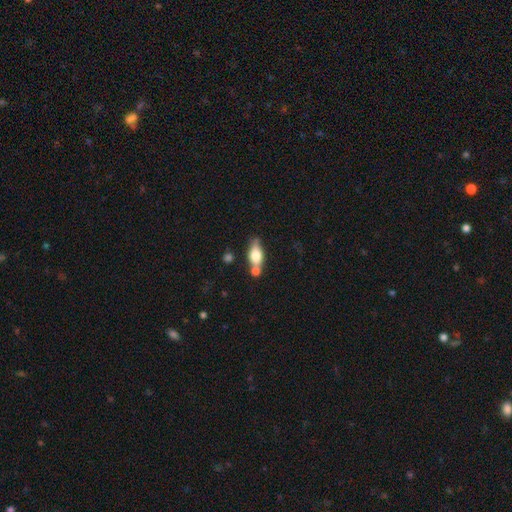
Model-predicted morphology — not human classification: The model was most divided on "merging": none: 47%, merger: 29%, minor disturbance: 18%, major disturbance: 6%. More confident: how rounded — in between (75%); smooth or featured — smooth (65%).